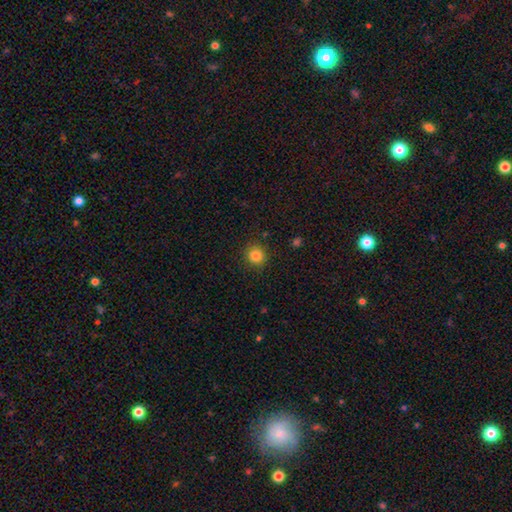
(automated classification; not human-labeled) The model was most divided on "smooth or featured": smooth: 84%, star or artifact: 11%, featured or disk: 5%. More confident: how rounded — round (90%); merging — none (89%).